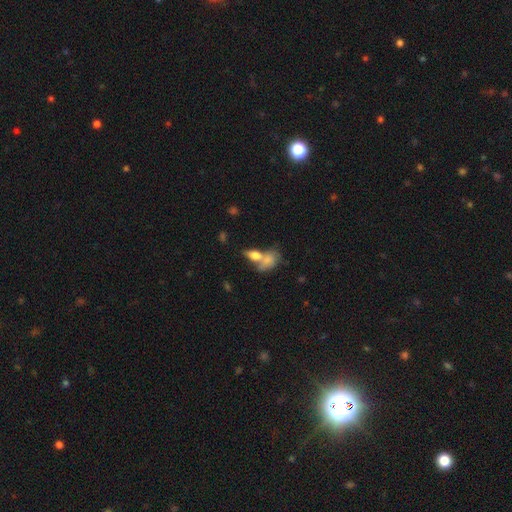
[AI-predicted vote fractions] Morphology: type=smooth (71%); roundness=in between (80%); merging=merger (52%).